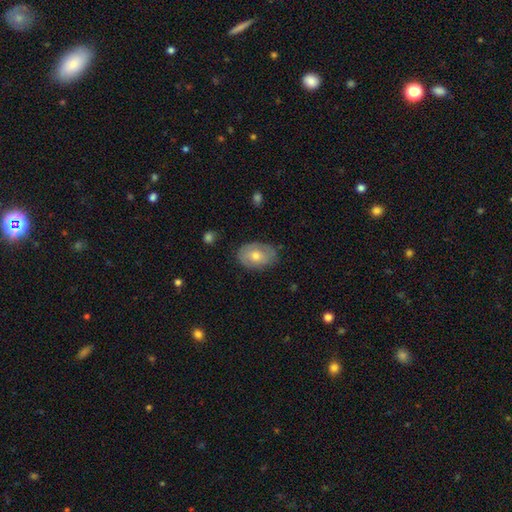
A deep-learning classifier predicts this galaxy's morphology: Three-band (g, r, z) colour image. It shows a smooth galaxy with no disk features (64%) that is in between round and cigar-shaped (82%). Merging: none (72%).